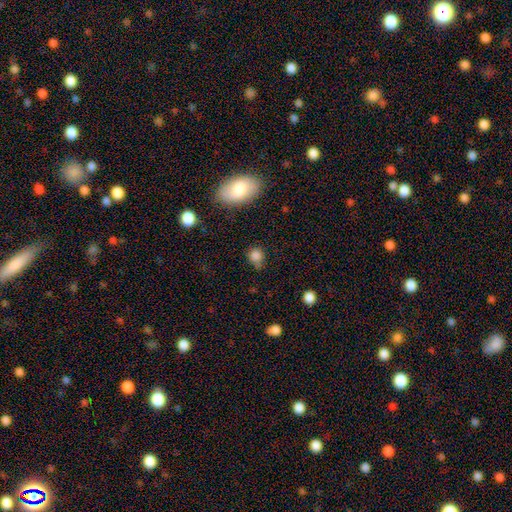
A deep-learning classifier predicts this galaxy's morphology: This is clearly a smooth galaxy (82%). How rounded: likely round (73%). Merging: likely none (63%).